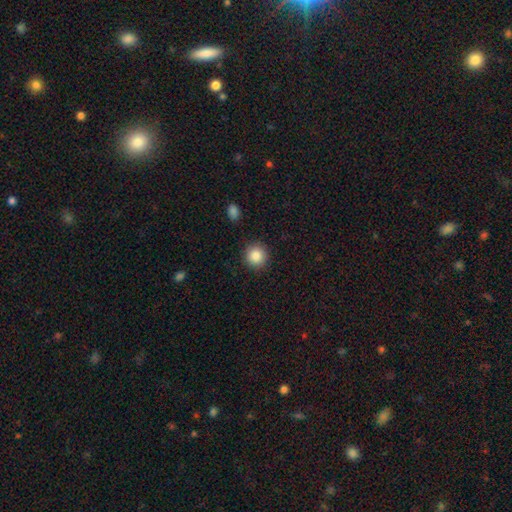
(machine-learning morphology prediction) smooth 87%, star or artifact 9%, featured or disk 4%. Down the decision tree: how rounded — round (93%); merging — none (89%).